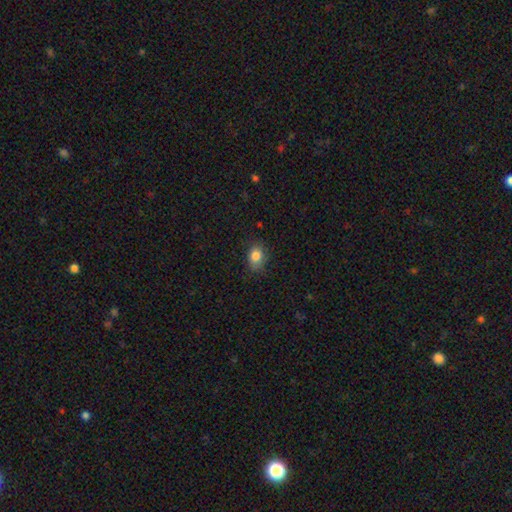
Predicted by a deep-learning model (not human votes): smooth 83%, star or artifact 10%, featured or disk 7%. Down the decision tree: how rounded — in between (63%); merging — none (80%).